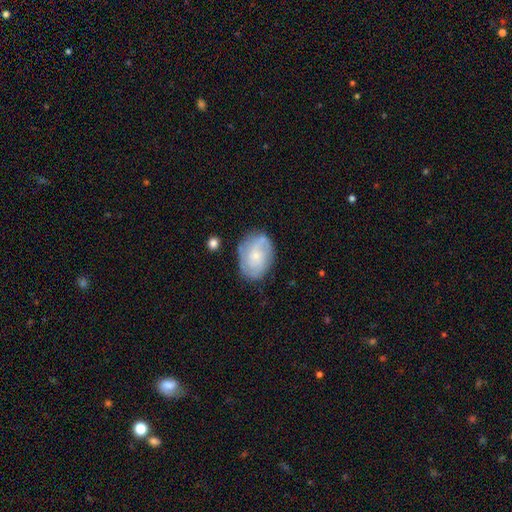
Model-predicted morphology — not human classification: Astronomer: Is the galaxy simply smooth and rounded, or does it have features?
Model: featured or disk — 62%.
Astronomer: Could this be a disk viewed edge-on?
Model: no — 97%.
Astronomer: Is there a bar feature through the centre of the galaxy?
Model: no — 75%.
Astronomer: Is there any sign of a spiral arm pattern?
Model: yes — 83%.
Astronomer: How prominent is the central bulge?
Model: small — 68%.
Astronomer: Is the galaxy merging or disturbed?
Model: none — 72%.